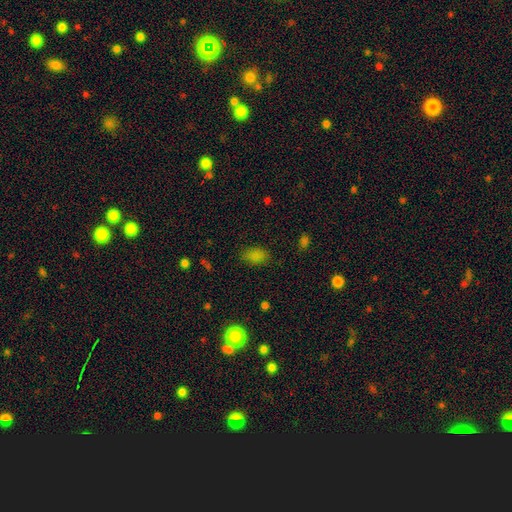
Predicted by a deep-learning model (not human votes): Smooth or featured?
  - smooth: 81% *
  - star or artifact: 14%
  - featured or disk: 5%
How rounded?
  - in between: 90% *
  - round: 8%
  - cigar-shaped: 2%
Merging?
  - none: 80% *
  - minor disturbance: 15%
  - major disturbance: 4%
  - merger: 1%